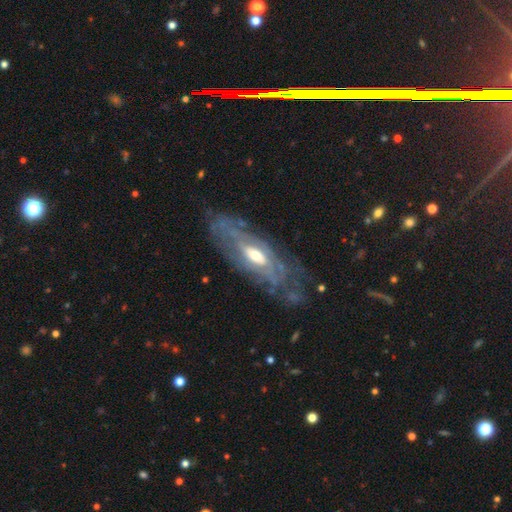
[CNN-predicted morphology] smooth-or-featured: featured or disk: 80% | smooth: 14% | star or artifact: 6%
  disk-edge-on: no: 81% | yes: 19%
    bar: no: 53% | weak: 33% | strong: 14%
    has-spiral-arms: yes: 75% | no: 25%
    bulge-size: moderate: 63% | small: 23% | large: 11% | dominant: 1% | none: 1%
  merging: none: 68% | minor disturbance: 20% | major disturbance: 11% | merger: 2%